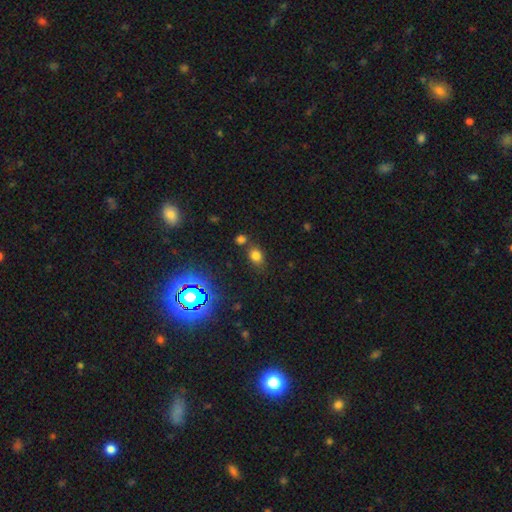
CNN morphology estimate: This is likely a smooth galaxy (72%). How rounded: likely in between (66%). Merging: likely none (68%).